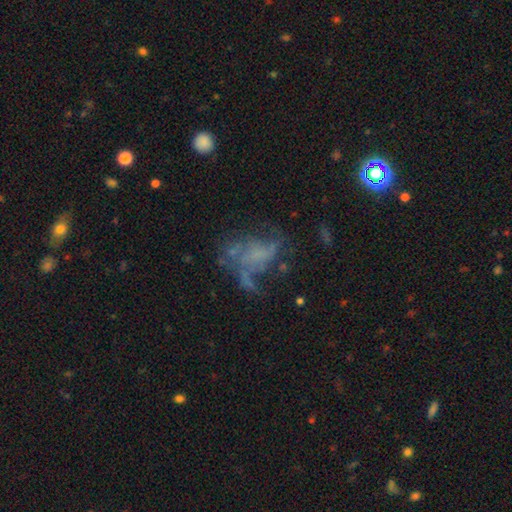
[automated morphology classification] A featured or disk galaxy (57%) with no bar (81%), no spiral arms (60%) and no central bulge (78%). Merging: major disturbance (42%).